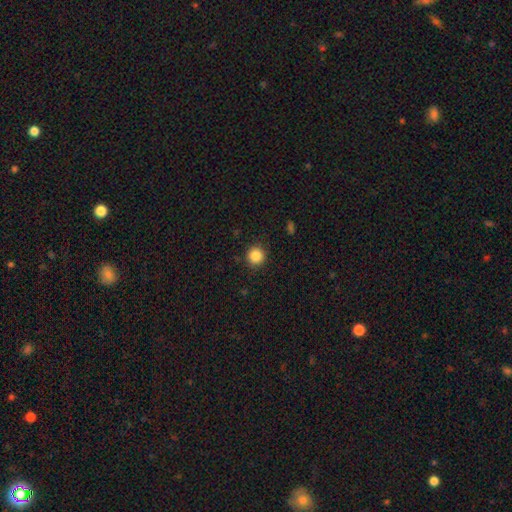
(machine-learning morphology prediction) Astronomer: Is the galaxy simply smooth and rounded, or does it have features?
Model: smooth — 86%.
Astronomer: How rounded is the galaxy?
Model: round — 93%.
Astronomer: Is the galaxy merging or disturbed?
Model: none — 90%.